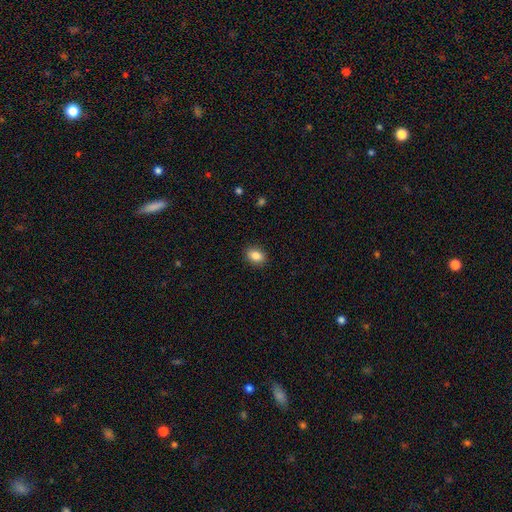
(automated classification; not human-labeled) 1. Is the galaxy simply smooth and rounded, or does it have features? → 86% smooth, 9% star or artifact, 5% featured or disk.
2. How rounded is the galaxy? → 75% in between, 23% round, 1% cigar-shaped.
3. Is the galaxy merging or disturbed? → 89% none, 8% minor disturbance, 2% major disturbance, 1% merger.